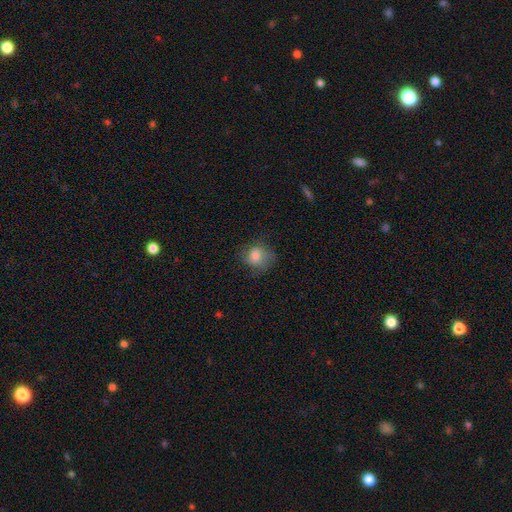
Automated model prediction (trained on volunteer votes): smooth 68%, featured or disk 22%, star or artifact 9%. Down the decision tree: how rounded — round (70%); merging — none (62%).